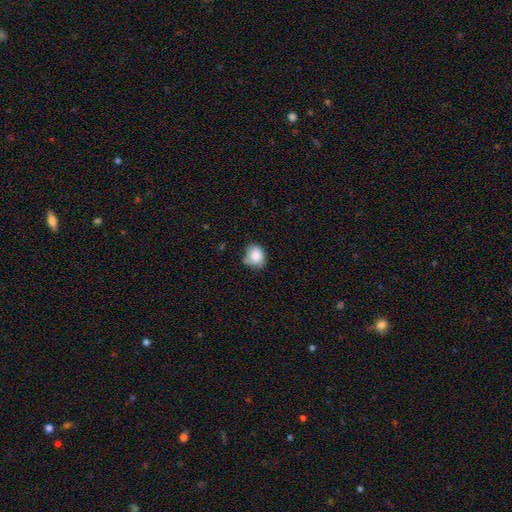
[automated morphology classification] Smooth or featured: smooth — 85% (star or artifact — 8%)
How rounded: round — 55% (in between — 44%)
Merging: none — 59% (minor disturbance — 29%)